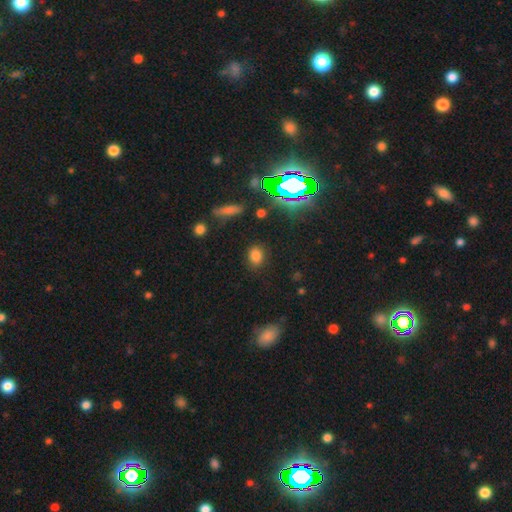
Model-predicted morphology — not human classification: Smooth or featured: smooth — 76% (star or artifact — 18%)
How rounded: in between — 54% (round — 44%)
Merging: none — 84% (minor disturbance — 11%)